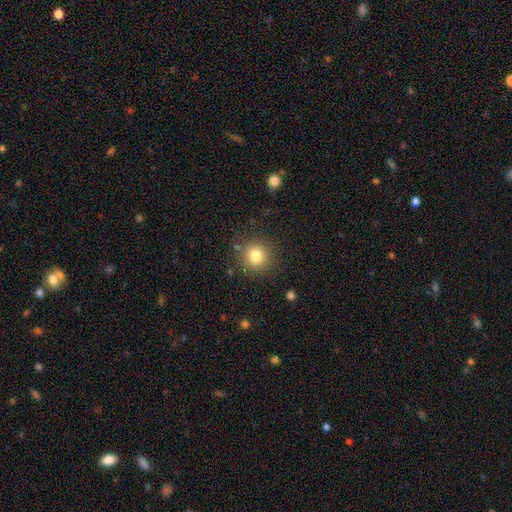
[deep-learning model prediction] Q: Smooth or featured?
A: smooth (81%); runner-up: star or artifact (12%)
Q: How rounded?
A: round (92%); runner-up: in between (8%)
Q: Merging?
A: none (85%); runner-up: minor disturbance (9%)